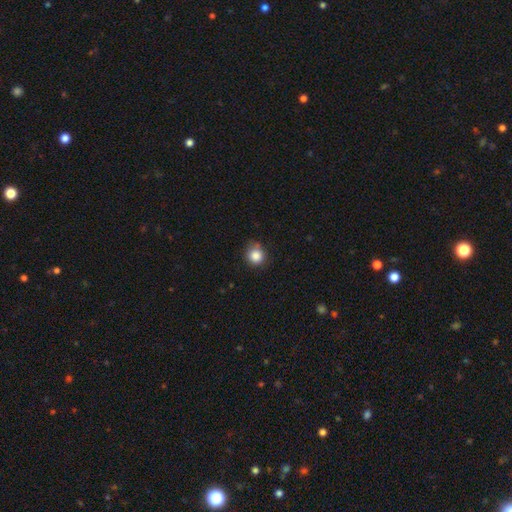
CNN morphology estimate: Smooth or featured?
  - smooth: 85% *
  - star or artifact: 11%
  - featured or disk: 4%
How rounded?
  - round: 88% *
  - in between: 11%
  - cigar-shaped: 1%
Merging?
  - none: 70% *
  - minor disturbance: 22%
  - major disturbance: 5%
  - merger: 4%